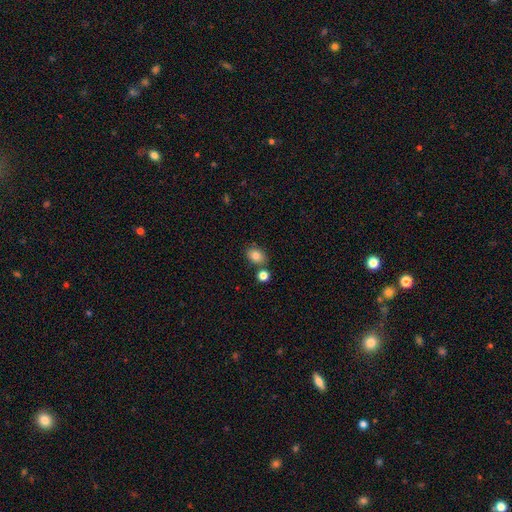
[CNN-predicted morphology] Q: Smooth or featured?
A: smooth (83%); runner-up: star or artifact (10%)
Q: How rounded?
A: in between (69%); runner-up: round (30%)
Q: Merging?
A: none (74%); runner-up: minor disturbance (12%)